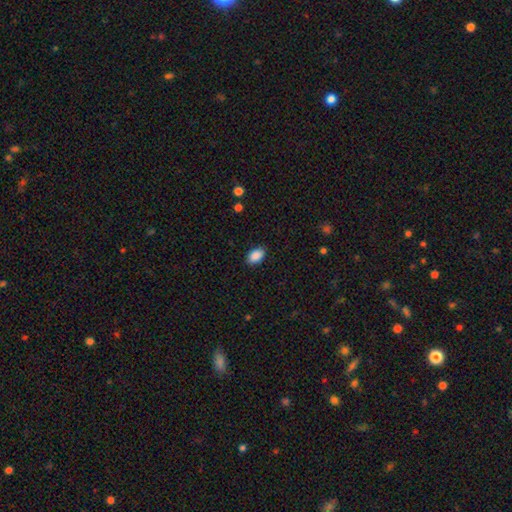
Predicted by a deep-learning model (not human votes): smooth 90%, star or artifact 7%, featured or disk 3%. Down the decision tree: how rounded — in between (91%); merging — none (88%).